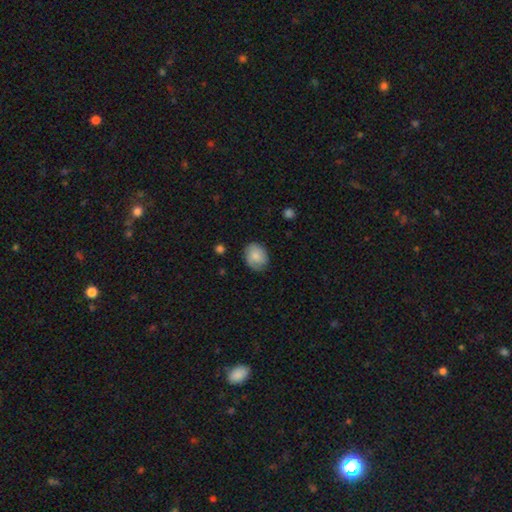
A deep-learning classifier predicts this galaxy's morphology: Smooth or featured? smooth (79%)
How rounded? round (52%)
Merging? none (78%)